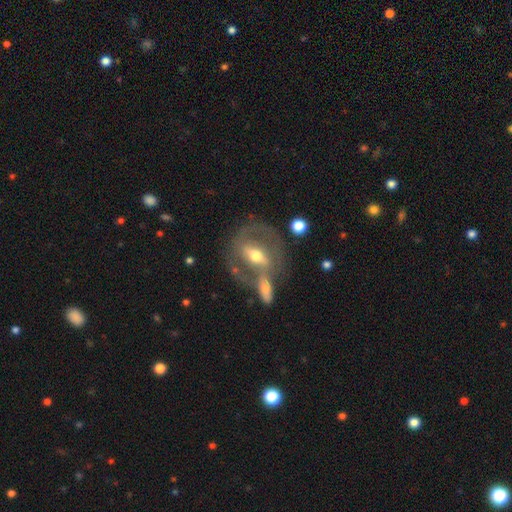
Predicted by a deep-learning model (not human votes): Smooth or featured? featured or disk (71%)
Edge-on disk? no (87%)
Bar? strong (52%)
Spiral arms? yes (52%)
Bulge size? moderate (71%)
Merging? none (50%)